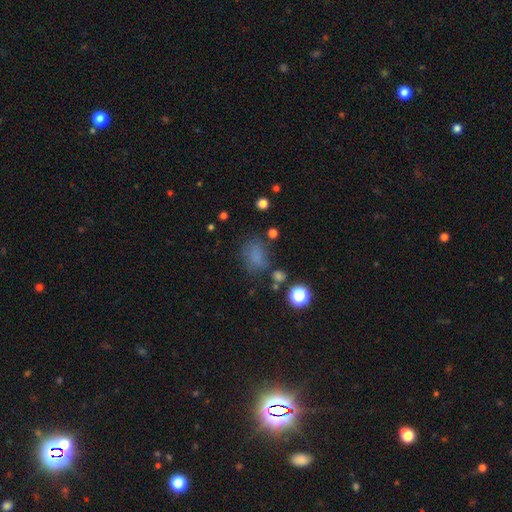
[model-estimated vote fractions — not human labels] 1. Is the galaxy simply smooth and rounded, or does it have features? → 66% smooth, 22% star or artifact, 12% featured or disk.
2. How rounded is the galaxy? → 63% in between, 35% round, 2% cigar-shaped.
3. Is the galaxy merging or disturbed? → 56% none, 23% minor disturbance, 14% major disturbance, 6% merger.